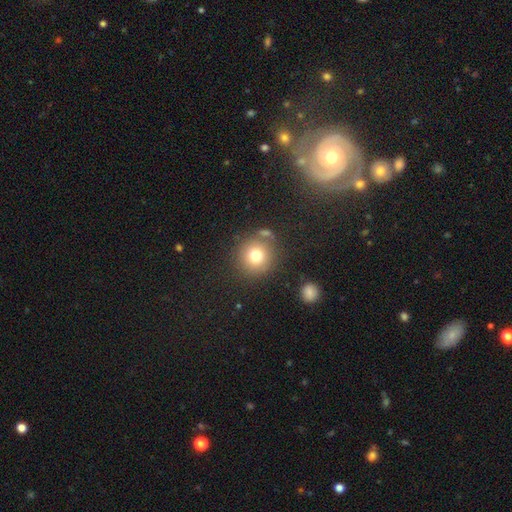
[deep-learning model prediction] Morphology: type=smooth (77%); roundness=round (92%); merging=none (78%).